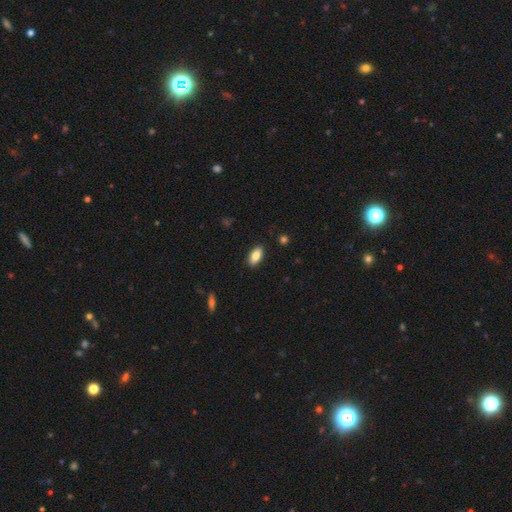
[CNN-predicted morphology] A smooth galaxy with no disk features (83%) that is in between round and cigar-shaped (90%). Merging: none (89%).